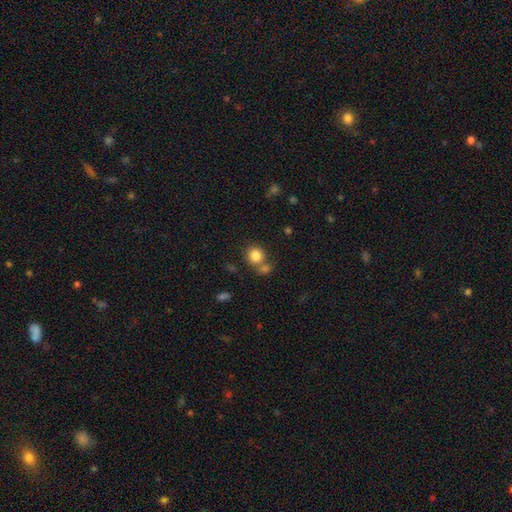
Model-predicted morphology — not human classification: Overall: smooth (83%). How rounded: round (84%). Merging: none (62%; merger 25%).